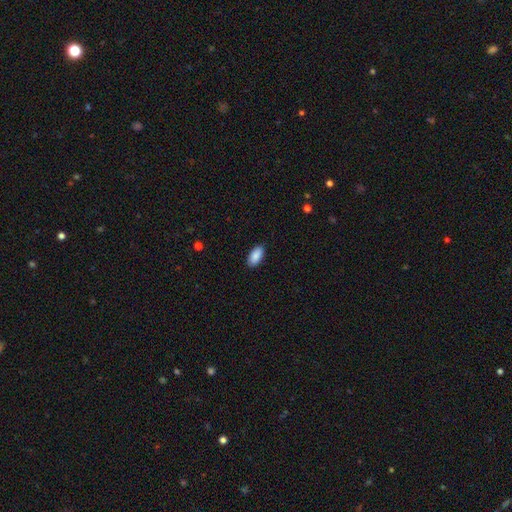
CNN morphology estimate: smooth_or_featured: smooth (p=0.90) [alt: star or artifact p=0.06]
how_rounded: in between (p=0.93) [alt: cigar-shaped p=0.05]
merging: none (p=0.88) [alt: minor disturbance p=0.09]